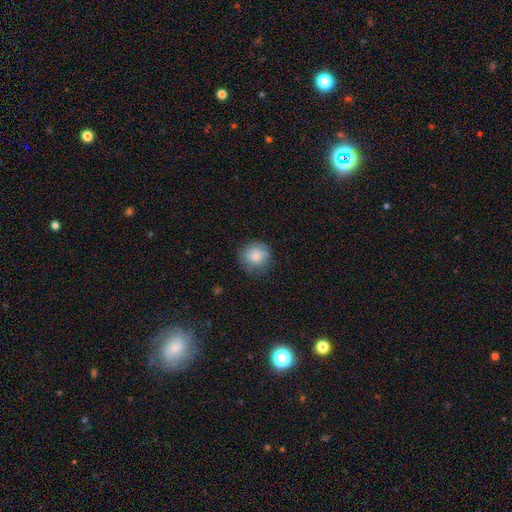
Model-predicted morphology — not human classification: Q: Smooth or featured?
A: smooth (80%); runner-up: featured or disk (11%)
Q: How rounded?
A: round (89%); runner-up: in between (10%)
Q: Merging?
A: none (77%); runner-up: minor disturbance (17%)